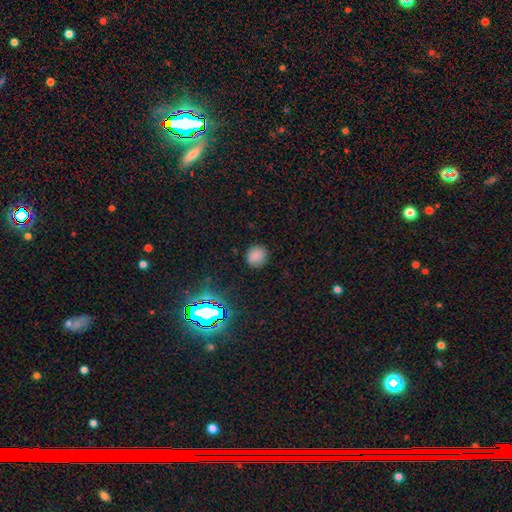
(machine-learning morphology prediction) Smooth or featured: smooth — 80% (star or artifact — 15%)
How rounded: round — 88% (in between — 11%)
Merging: none — 87% (minor disturbance — 9%)